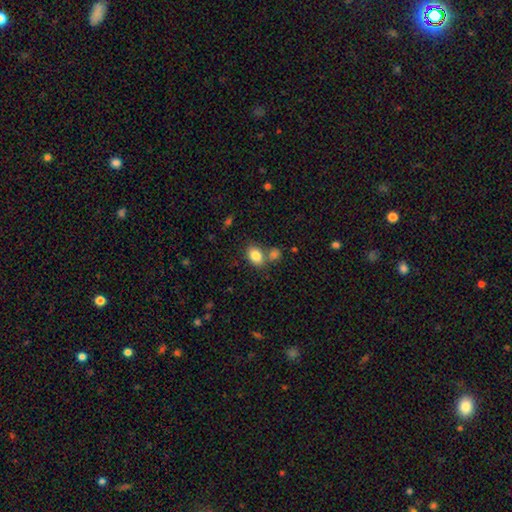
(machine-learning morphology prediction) smooth 84%, star or artifact 9%, featured or disk 8%. Down the decision tree: how rounded — in between (75%); merging — none (58%).